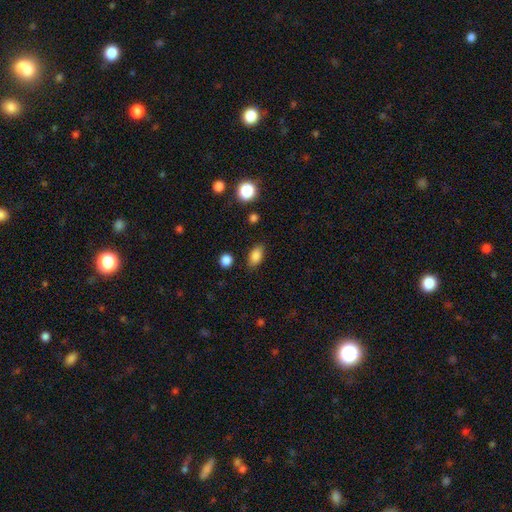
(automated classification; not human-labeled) This is clearly a smooth galaxy (86%). How rounded: clearly in between (87%). Merging: clearly none (83%).